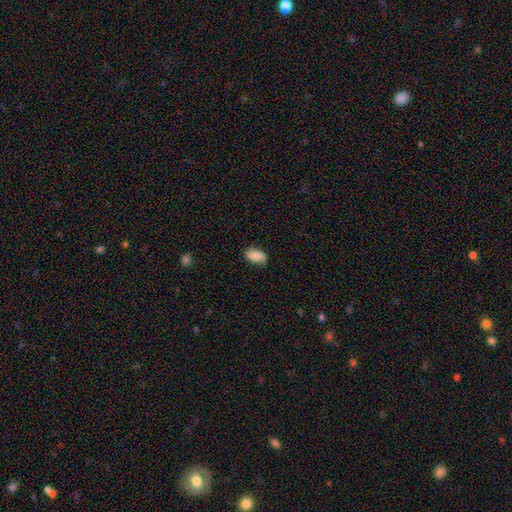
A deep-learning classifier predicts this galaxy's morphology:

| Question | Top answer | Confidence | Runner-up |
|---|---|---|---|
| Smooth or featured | smooth | 75% | featured or disk (17%) |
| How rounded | in between | 91% | round (6%) |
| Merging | none | 75% | minor disturbance (20%) |